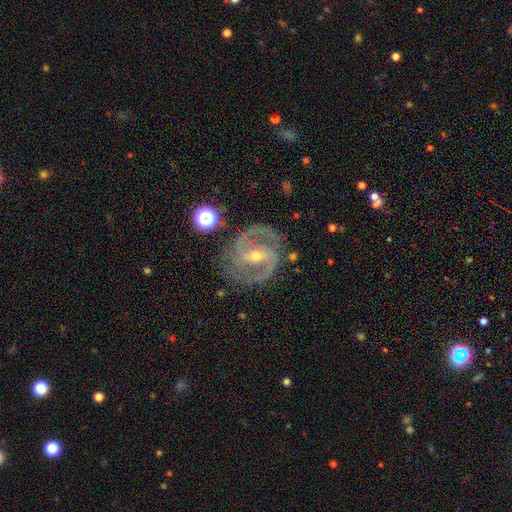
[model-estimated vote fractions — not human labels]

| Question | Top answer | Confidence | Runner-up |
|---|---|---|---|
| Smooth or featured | featured or disk | 90% | star or artifact (6%) |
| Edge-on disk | no | 97% | yes (3%) |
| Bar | strong | 47% | weak (38%) |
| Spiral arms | yes | 98% | no (2%) |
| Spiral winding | medium | 59% | tight (32%) |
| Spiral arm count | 2 | 86% | 3 (6%) |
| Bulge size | small | 52% | moderate (45%) |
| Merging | none | 77% | minor disturbance (15%) |